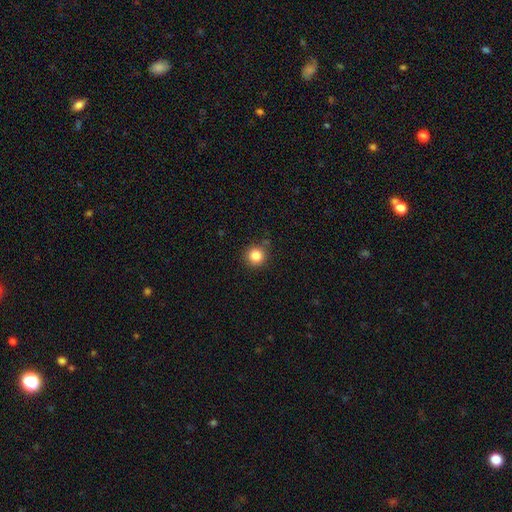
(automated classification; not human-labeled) Q: Smooth or featured?
A: smooth (85%); runner-up: star or artifact (11%)
Q: How rounded?
A: round (93%); runner-up: in between (6%)
Q: Merging?
A: none (85%); runner-up: minor disturbance (10%)